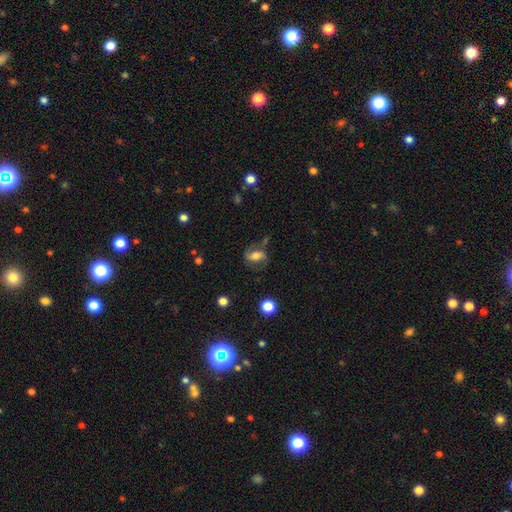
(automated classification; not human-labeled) featured or disk 48%, smooth 42%, star or artifact 10%. Down the decision tree: merging — none (62%).